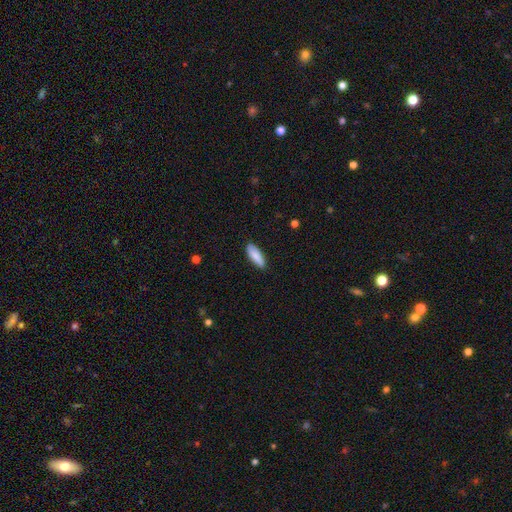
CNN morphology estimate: This appears to be a smooth galaxy with no disk features (86%) that is in between round and cigar-shaped (60%). Merging: none (86%).